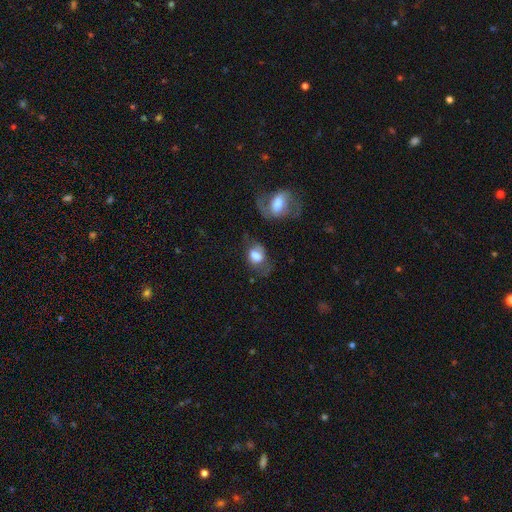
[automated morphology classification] The model was most divided on "merging": none: 38%, minor disturbance: 23%, major disturbance: 21%, merger: 18%. More confident: how rounded — in between (73%); smooth or featured — smooth (68%).